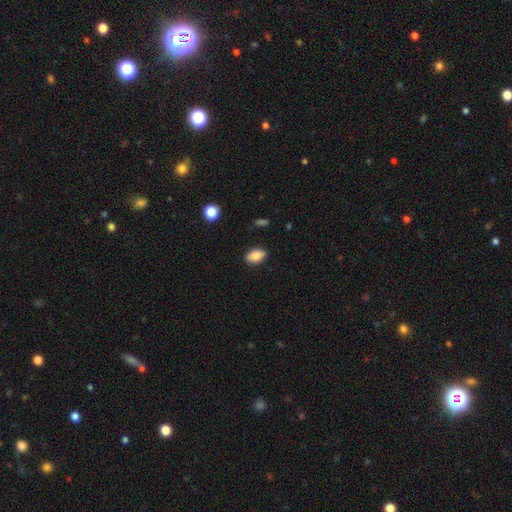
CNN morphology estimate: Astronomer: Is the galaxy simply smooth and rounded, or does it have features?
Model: smooth — 85%.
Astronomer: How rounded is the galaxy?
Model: in between — 89%.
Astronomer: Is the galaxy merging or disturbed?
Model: none — 85%.